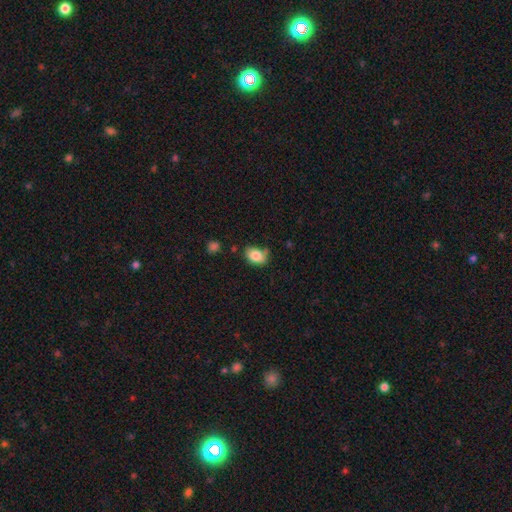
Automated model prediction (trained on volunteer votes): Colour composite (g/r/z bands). It shows a smooth galaxy with no disk features (83%) that is in between round and cigar-shaped (84%). Merging: none (62%).